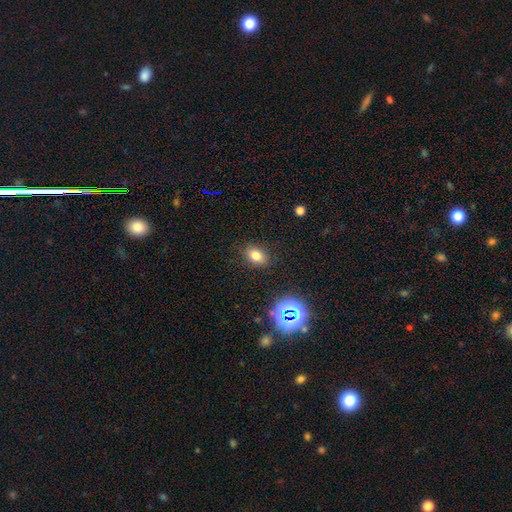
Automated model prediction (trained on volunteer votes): Morphology: type=smooth (76%); roundness=in between (75%); merging=none (85%).